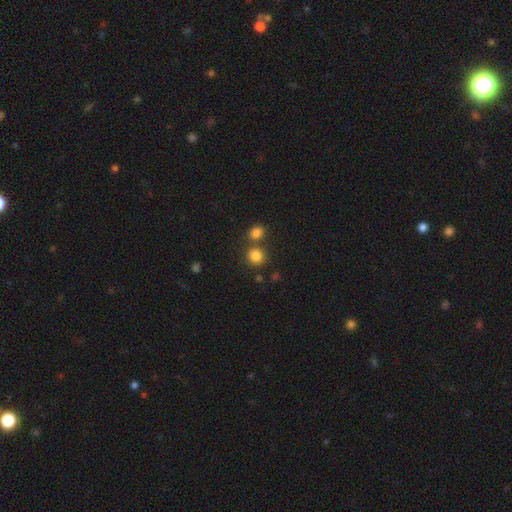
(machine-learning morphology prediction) The model was most divided on "merging": none: 65%, merger: 24%, minor disturbance: 8%, major disturbance: 3%. More confident: how rounded — round (84%); smooth or featured — smooth (83%).